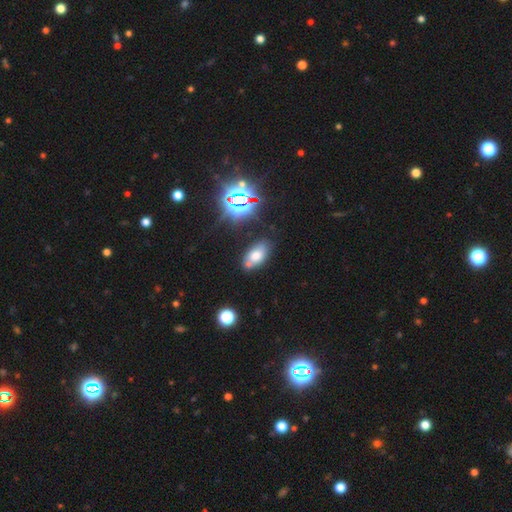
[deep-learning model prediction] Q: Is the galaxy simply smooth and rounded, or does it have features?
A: smooth — 62%.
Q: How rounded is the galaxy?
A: in between — 90%.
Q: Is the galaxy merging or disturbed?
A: none — 68%.